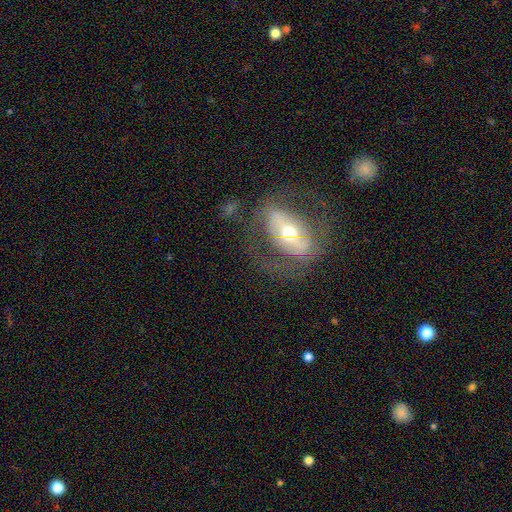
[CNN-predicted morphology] Smooth or featured: featured or disk — 71% (smooth — 19%)
Edge-on disk: no — 84% (yes — 16%)
Bar: strong — 44% (no — 33%)
Spiral arms: yes — 50% (tied with no — 50%)
Bulge size: moderate — 58% (small — 33%)
Merging: none — 61% (major disturbance — 19%)